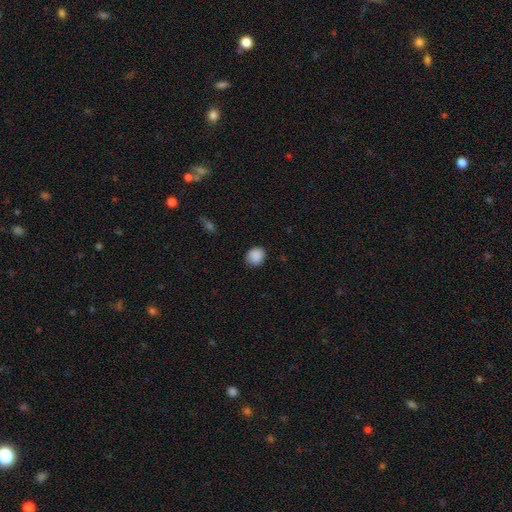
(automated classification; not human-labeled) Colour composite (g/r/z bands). It shows a smooth galaxy with no disk features (88%) that is round (70%). Merging: none (81%).